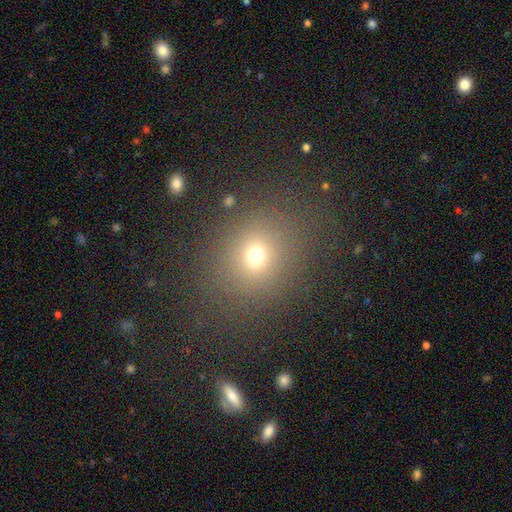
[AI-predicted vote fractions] Q: Smooth or featured?
A: smooth (69%); runner-up: star or artifact (21%)
Q: How rounded?
A: round (74%); runner-up: in between (25%)
Q: Merging?
A: none (81%); runner-up: minor disturbance (10%)